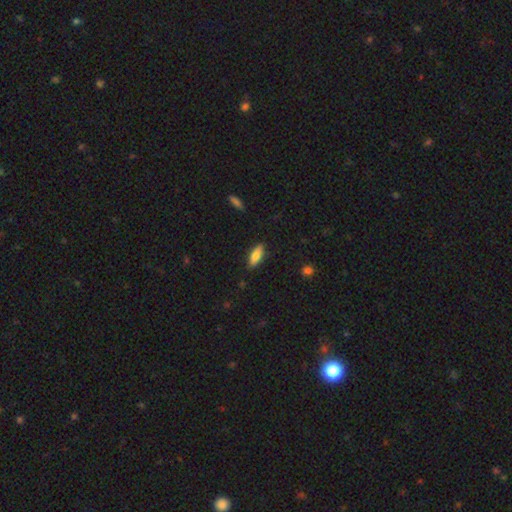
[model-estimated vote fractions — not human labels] This is likely a smooth galaxy (76%). How rounded: likely in between (64%). Merging: clearly none (87%).